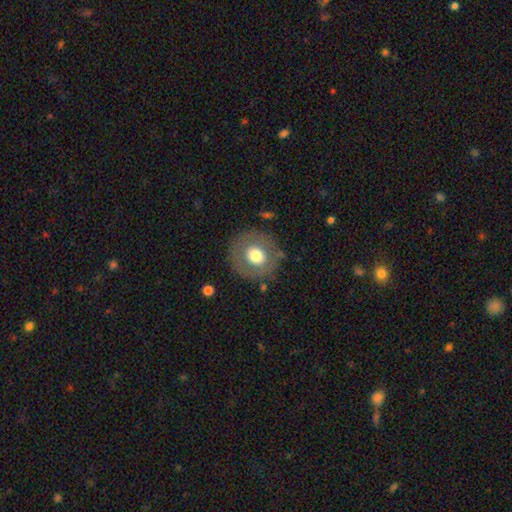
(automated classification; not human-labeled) The model was most divided on "smooth or featured": smooth: 61%, featured or disk: 30%, star or artifact: 8%. More confident: how rounded — round (90%); merging — none (81%).